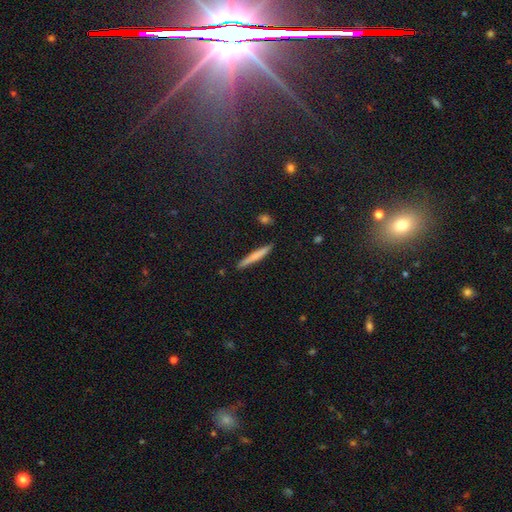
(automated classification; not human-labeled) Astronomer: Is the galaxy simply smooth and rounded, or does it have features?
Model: smooth — 67%.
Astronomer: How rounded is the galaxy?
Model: cigar-shaped — 95%.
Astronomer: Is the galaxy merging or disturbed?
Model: none — 88%.